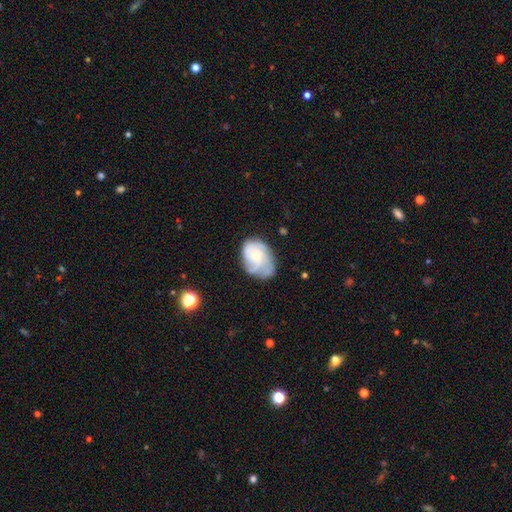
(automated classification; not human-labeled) Smooth or featured?
  - featured or disk: 67% *
  - smooth: 26%
  - star or artifact: 6%
Edge-on disk?
  - no: 97% *
  - yes: 3%
Bar?
  - no: 77% *
  - weak: 20%
  - strong: 2%
Spiral arms?
  - yes: 88% *
  - no: 12%
Spiral winding?
  - tight: 49% *
  - medium: 38%
  - loose: 14%
Spiral arm count?
  - 3: 34% *
  - can't tell: 29%
  - 4: 16%
  - 2: 13%
  - 1: 5%
  - more than 4: 4%
Bulge size?
  - small: 51% *
  - moderate: 42%
  - none: 3%
  - large: 3%
  - dominant: 1%
Merging?
  - none: 60% *
  - minor disturbance: 27%
  - major disturbance: 11%
  - merger: 2%